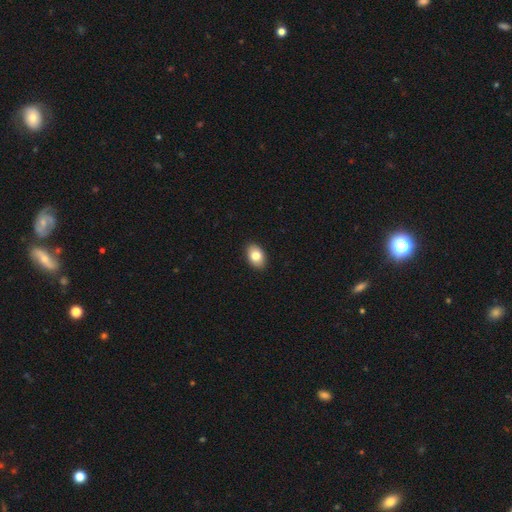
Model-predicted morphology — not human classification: smooth-or-featured: smooth: 82% | featured or disk: 10% | star or artifact: 8%
  how-rounded: in between: 86% | round: 13% | cigar-shaped: 1%
  merging: none: 91% | minor disturbance: 7% | major disturbance: 2% | merger: 1%